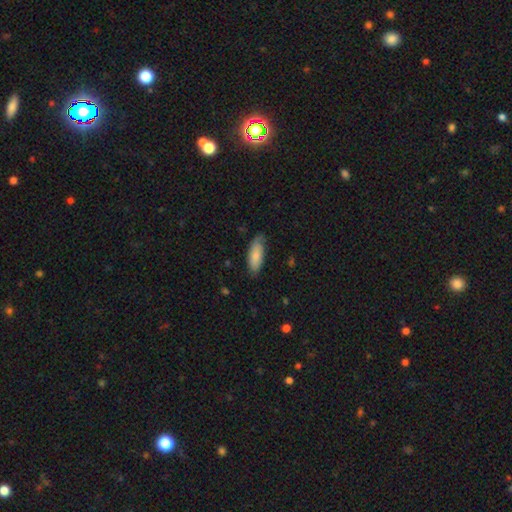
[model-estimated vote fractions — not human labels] smooth_or_featured: smooth (p=0.80) [alt: featured or disk p=0.14]
how_rounded: in between (p=0.76) [alt: cigar-shaped p=0.23]
merging: none (p=0.71) [alt: minor disturbance p=0.23]